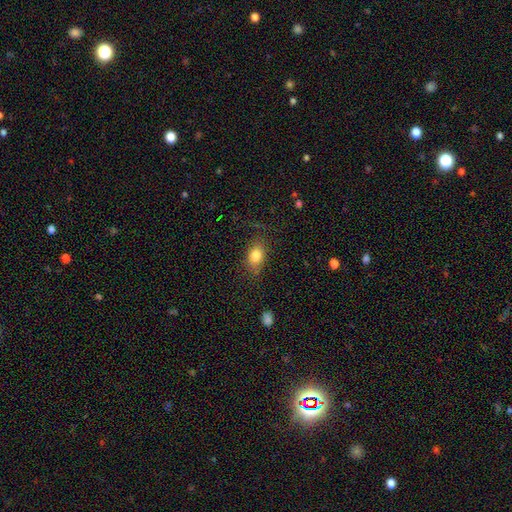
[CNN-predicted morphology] smooth 82%, featured or disk 10%, star or artifact 9%. Down the decision tree: how rounded — in between (81%); merging — none (75%).